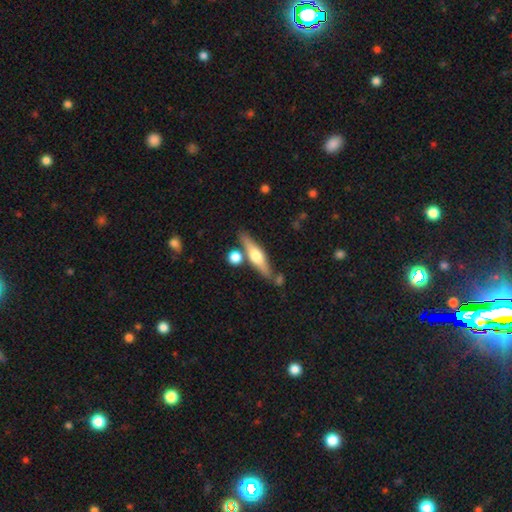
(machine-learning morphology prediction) This appears to be a featured or disk galaxy (57%) viewed edge-on (93%) with a rounded central bulge (93%). Merging: none (75%).